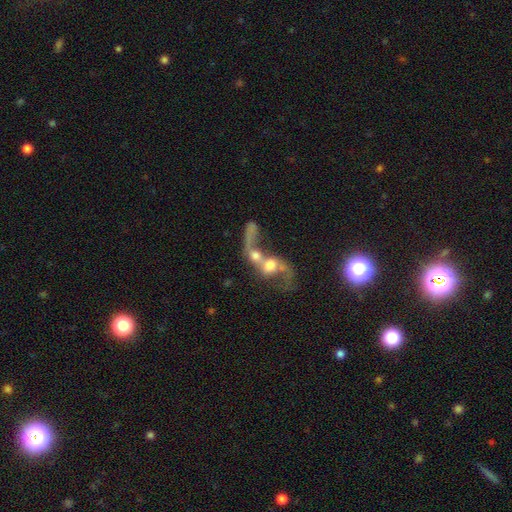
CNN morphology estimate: smooth_or_featured: featured or disk (p=0.54) [alt: smooth p=0.35]
disk_edge_on: no (p=0.93) [alt: yes p=0.07]
bar: no (p=0.74) [alt: weak p=0.20]
has_spiral_arms: yes (p=0.54) [alt: no p=0.46]
bulge_size: moderate (p=0.42) [alt: large p=0.31]
merging: merger (p=0.80) [alt: major disturbance p=0.10]